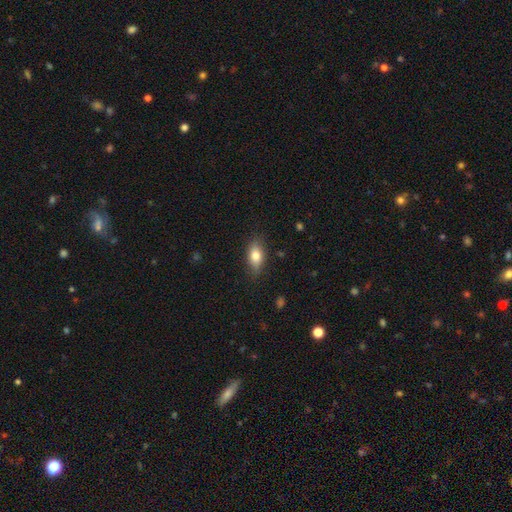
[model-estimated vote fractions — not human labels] smooth_or_featured: smooth (p=0.77) [alt: featured or disk p=0.15]
how_rounded: in between (p=0.84) [alt: cigar-shaped p=0.09]
merging: none (p=0.80) [alt: minor disturbance p=0.15]